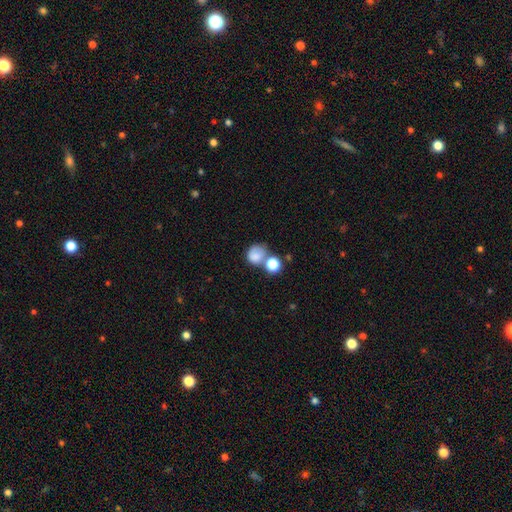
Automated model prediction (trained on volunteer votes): Smooth or featured? smooth (79%)
How rounded? round (73%)
Merging? merger (41%)